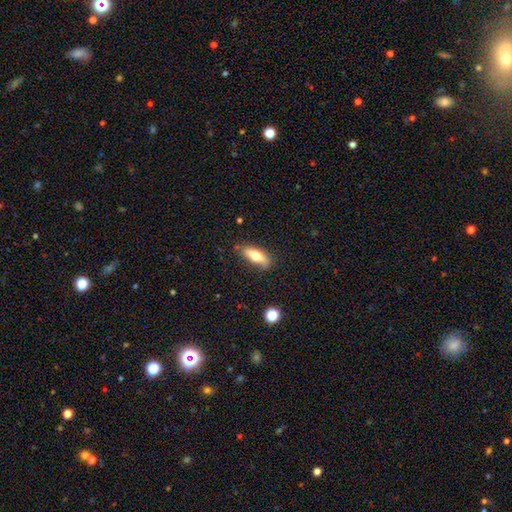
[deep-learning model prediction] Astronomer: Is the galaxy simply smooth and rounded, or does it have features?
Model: smooth — 62%.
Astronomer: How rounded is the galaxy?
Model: in between — 57% (runner-up: cigar-shaped, 40%).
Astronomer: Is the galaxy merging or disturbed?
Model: none — 80%.